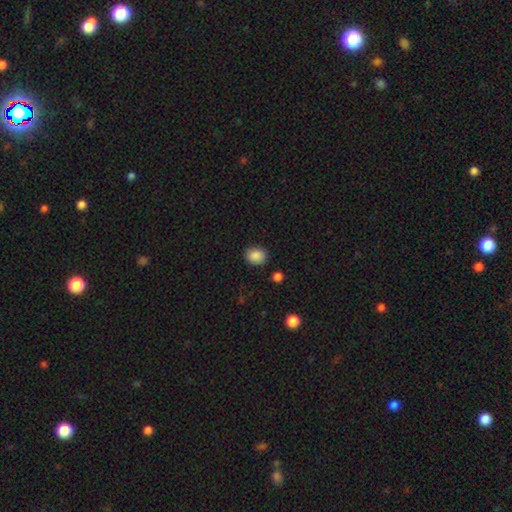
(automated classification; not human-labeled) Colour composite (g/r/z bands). It shows a smooth galaxy with no disk features (88%) that is in between round and cigar-shaped (52%). Merging: none (86%).